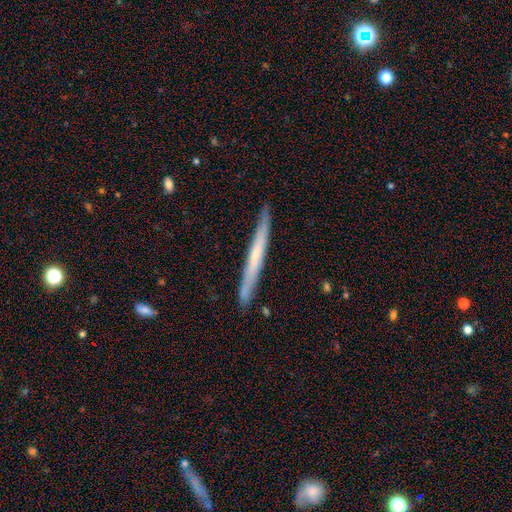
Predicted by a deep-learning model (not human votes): A featured or disk galaxy (53%) viewed edge-on (94%).

Vote fractions:
- Smooth or featured? featured or disk: 53% / smooth: 42% / star or artifact: 6%
- Edge-on disk? yes: 94% / no: 6%
- Merging? none: 87% / minor disturbance: 10% / major disturbance: 2% / merger: 1%